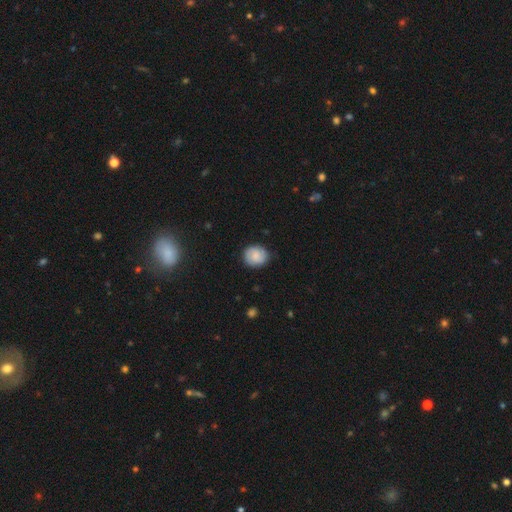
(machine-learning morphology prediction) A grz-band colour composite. It shows a smooth galaxy with no disk features (69%) that is round (78%). Merging: none (83%).